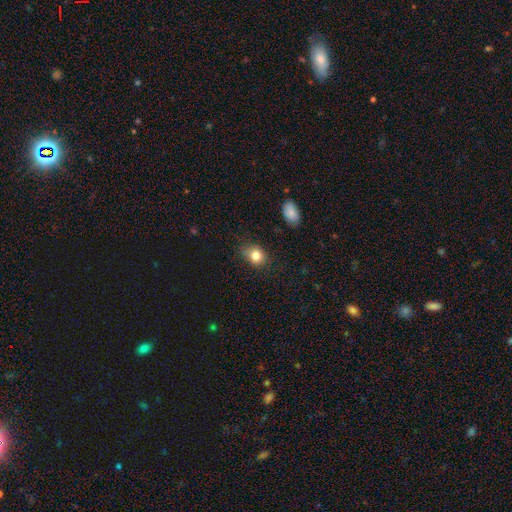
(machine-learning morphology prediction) Q: Smooth or featured?
A: smooth (83%); runner-up: star or artifact (10%)
Q: How rounded?
A: round (52%); runner-up: in between (47%)
Q: Merging?
A: none (64%); runner-up: minor disturbance (27%)